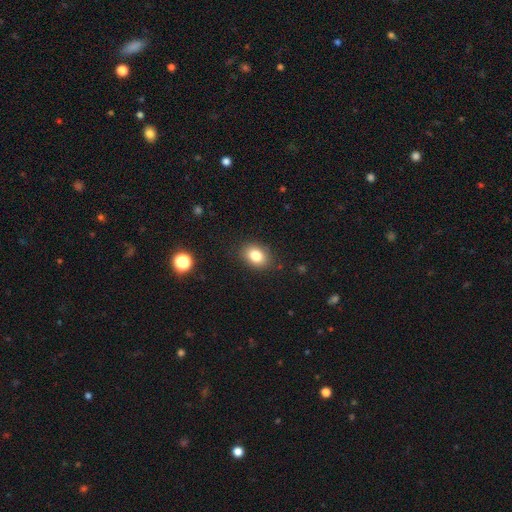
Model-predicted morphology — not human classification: smooth-or-featured: smooth: 82% | star or artifact: 10% | featured or disk: 8%
  how-rounded: in between: 69% | round: 30% | cigar-shaped: 1%
  merging: none: 86% | minor disturbance: 10% | major disturbance: 3% | merger: 1%